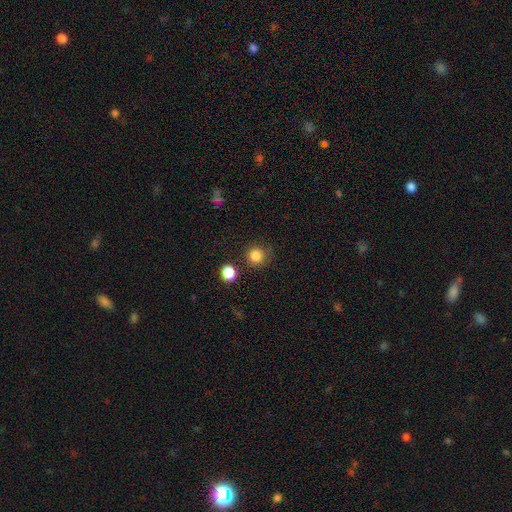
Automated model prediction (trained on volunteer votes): smooth-or-featured: smooth: 83% | star or artifact: 12% | featured or disk: 4%
  how-rounded: round: 94% | in between: 5% | cigar-shaped: 1%
  merging: none: 82% | minor disturbance: 10% | merger: 5% | major disturbance: 4%